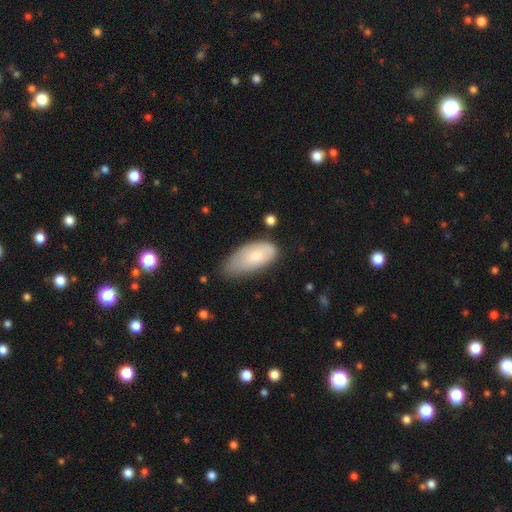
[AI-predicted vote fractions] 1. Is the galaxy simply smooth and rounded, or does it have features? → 77% smooth, 17% featured or disk, 6% star or artifact.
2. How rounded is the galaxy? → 90% in between, 7% cigar-shaped, 2% round.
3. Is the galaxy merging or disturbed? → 44% none, 41% minor disturbance, 12% major disturbance, 3% merger.